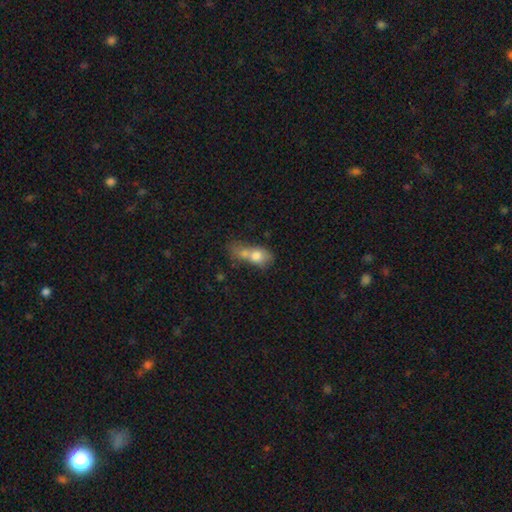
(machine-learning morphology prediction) type=smooth (69%); roundness=in between (64%); merging=merger (62%).